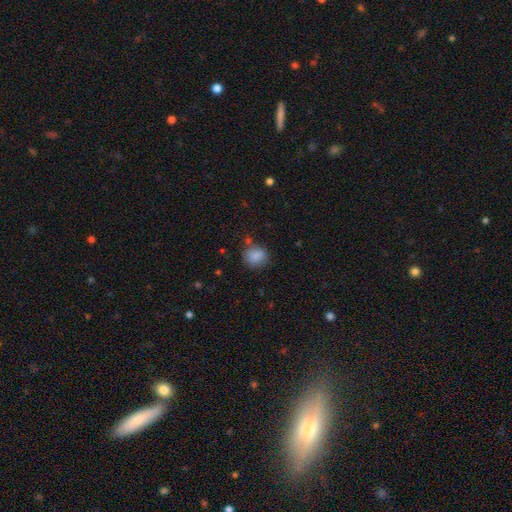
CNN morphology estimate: Smooth or featured?
  - smooth: 86% *
  - star or artifact: 9%
  - featured or disk: 5%
How rounded?
  - round: 67% *
  - in between: 32%
  - cigar-shaped: 1%
Merging?
  - none: 72% *
  - minor disturbance: 18%
  - major disturbance: 5%
  - merger: 5%